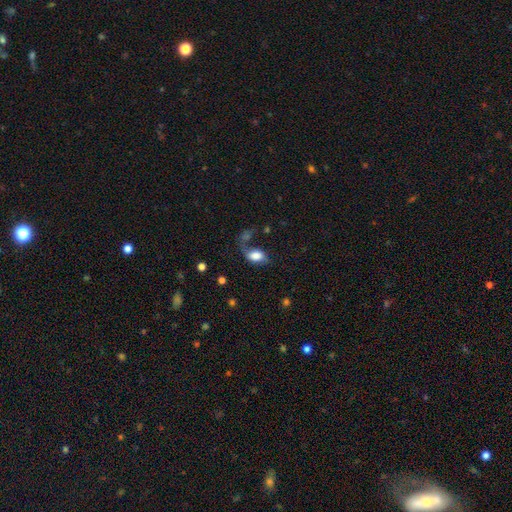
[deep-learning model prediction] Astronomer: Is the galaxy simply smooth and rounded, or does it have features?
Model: smooth — 71%.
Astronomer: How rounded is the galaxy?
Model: in between — 86%.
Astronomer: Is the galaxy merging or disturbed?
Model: none — 36% (runner-up: major disturbance, 26%).